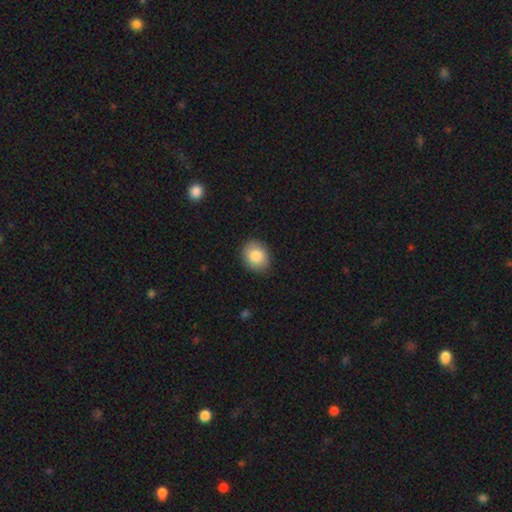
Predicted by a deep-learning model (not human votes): Smooth or featured? Predicted: smooth (p=0.85). How rounded? Predicted: round (p=0.53). Merging? Predicted: none (p=0.87).